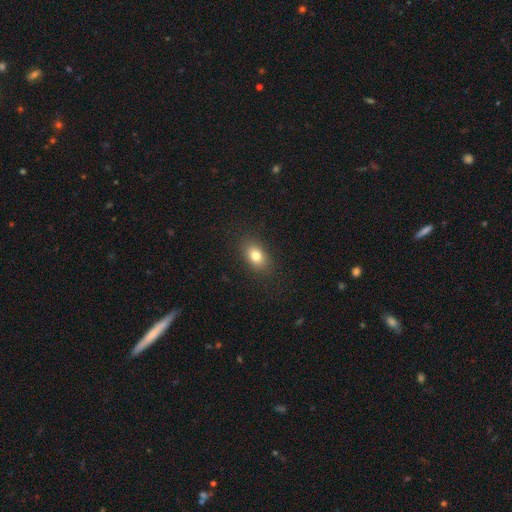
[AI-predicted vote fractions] Morphology: type=smooth (80%); roundness=in between (81%); merging=none (87%).